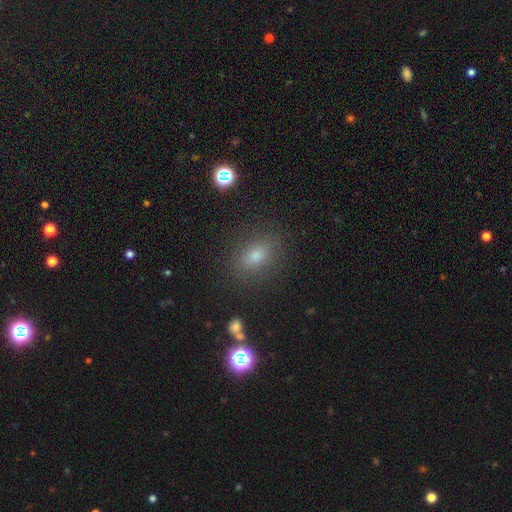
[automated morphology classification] Smooth or featured: smooth — 72% (star or artifact — 16%)
How rounded: in between — 74% (round — 21%)
Merging: none — 82% (minor disturbance — 11%)